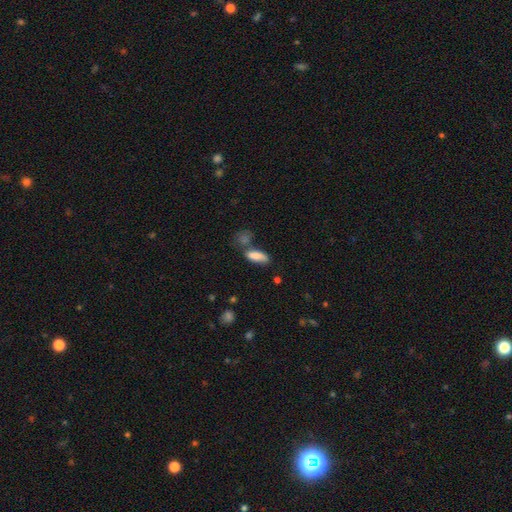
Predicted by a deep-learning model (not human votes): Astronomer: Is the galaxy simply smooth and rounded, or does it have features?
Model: smooth — 81%.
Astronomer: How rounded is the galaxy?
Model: in between — 69%.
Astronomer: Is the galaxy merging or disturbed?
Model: none — 49%.